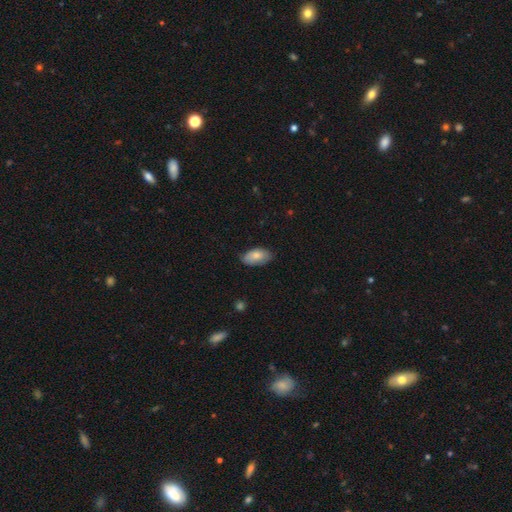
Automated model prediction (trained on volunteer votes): Smooth or featured? Predicted: smooth (p=0.79). How rounded? Predicted: in between (p=0.94). Merging? Predicted: none (p=0.74).